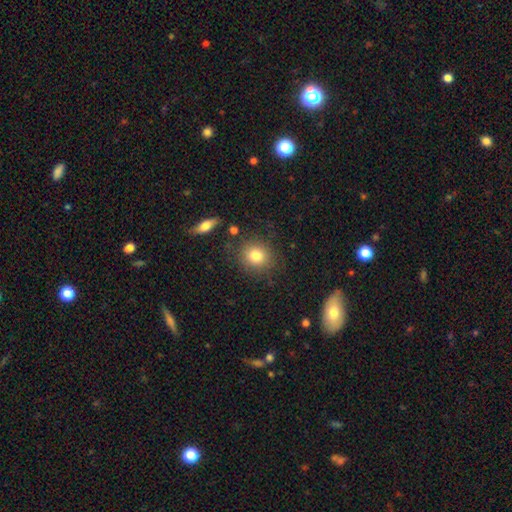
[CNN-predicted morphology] A smooth galaxy with no disk features (81%) that is round (82%).

Vote fractions:
- Smooth or featured? smooth: 81% / star or artifact: 10% / featured or disk: 9%
- How rounded? round: 82% / in between: 17% / cigar-shaped: 1%
- Merging? none: 83% / minor disturbance: 10% / merger: 4% / major disturbance: 3%